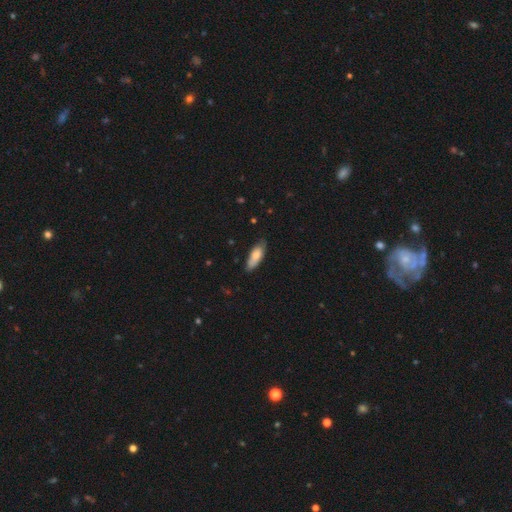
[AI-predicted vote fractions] Overall: smooth (75%). How rounded: in between (63%; cigar-shaped 35%). Merging: none (69%).